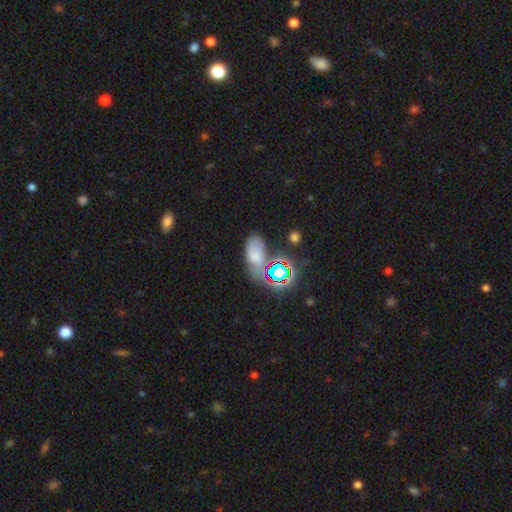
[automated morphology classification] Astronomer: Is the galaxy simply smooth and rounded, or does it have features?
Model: smooth — 54% (runner-up: star or artifact, 30%).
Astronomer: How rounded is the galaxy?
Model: in between — 87%.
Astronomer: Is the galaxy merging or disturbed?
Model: none — 50%.